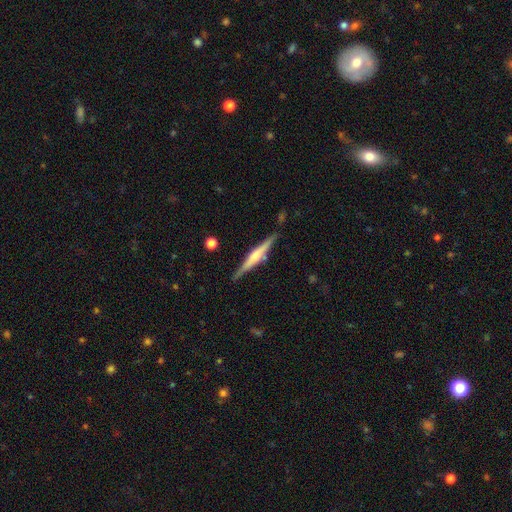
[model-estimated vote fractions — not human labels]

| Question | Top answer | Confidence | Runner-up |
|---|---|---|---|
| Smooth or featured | featured or disk | 68% | smooth (27%) |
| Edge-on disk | yes | 98% | no (2%) |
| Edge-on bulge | rounded | 64% | boxy (22%) |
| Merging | none | 85% | minor disturbance (10%) |